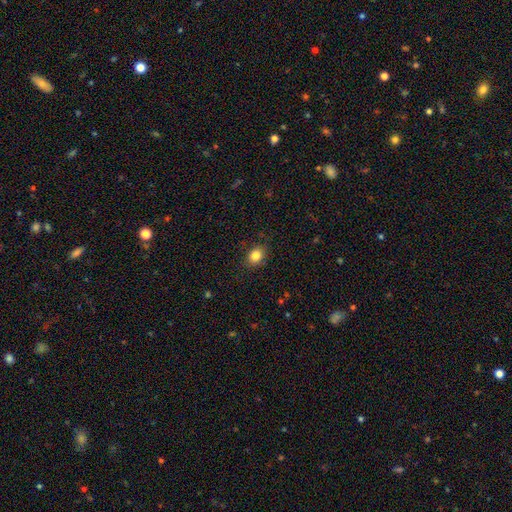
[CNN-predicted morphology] Smooth or featured? Predicted: smooth (p=0.84). How rounded? Predicted: round (p=0.50). Merging? Predicted: none (p=0.86).